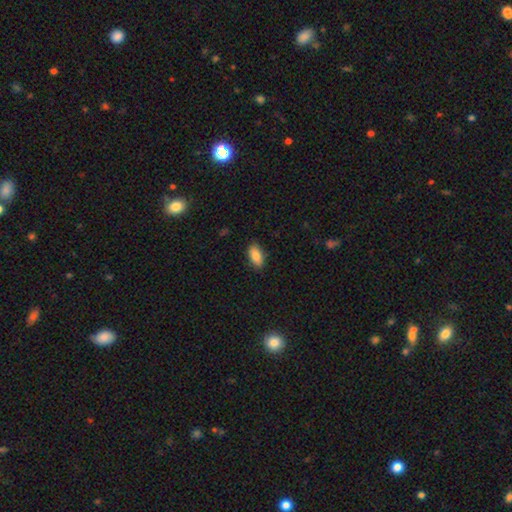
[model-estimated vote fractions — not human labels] smooth 85%, featured or disk 8%, star or artifact 7%. Down the decision tree: how rounded — in between (90%); merging — none (87%).